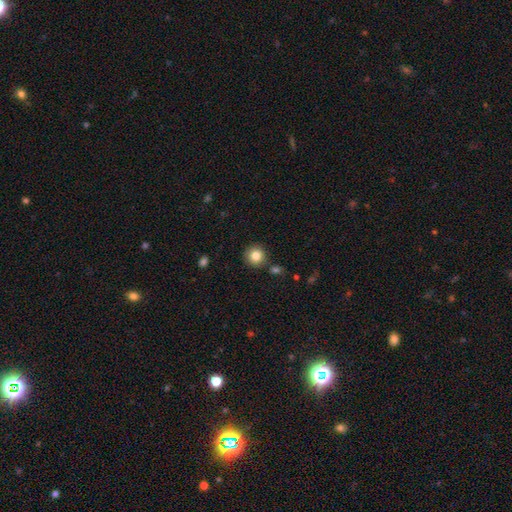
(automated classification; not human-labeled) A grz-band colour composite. It shows a smooth galaxy with no disk features (83%) that is round (94%). Merging: none (85%).